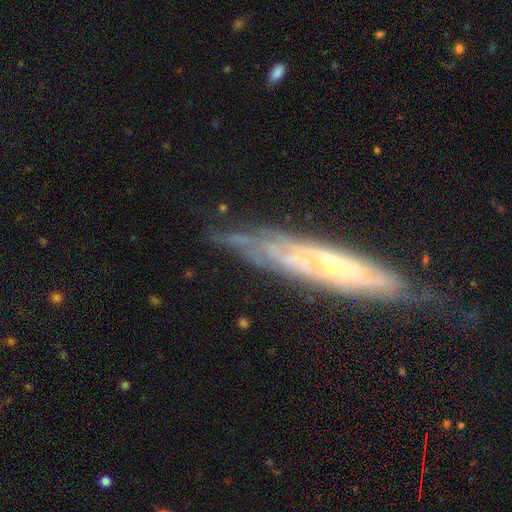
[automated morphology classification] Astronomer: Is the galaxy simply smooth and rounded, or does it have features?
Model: featured or disk — 79%.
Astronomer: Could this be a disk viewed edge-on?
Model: no — 60% (runner-up: yes, 40%).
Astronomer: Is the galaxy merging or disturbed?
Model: none — 71%.